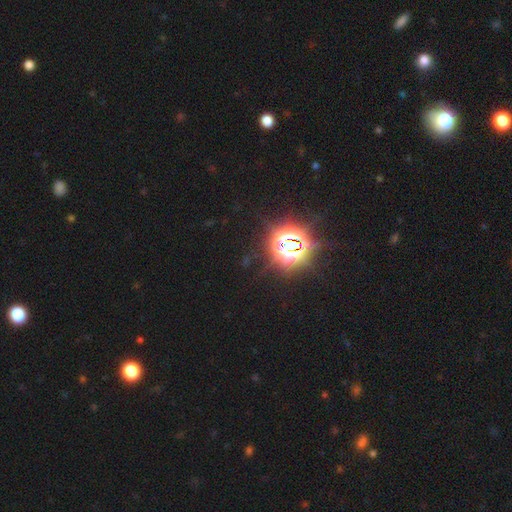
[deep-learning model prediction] star or artifact 81%, smooth 13%, featured or disk 5%.